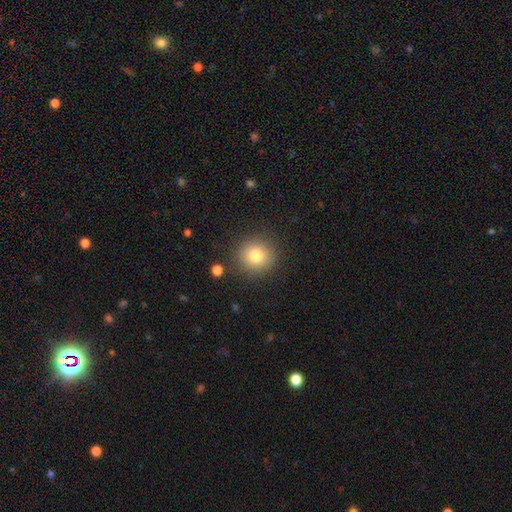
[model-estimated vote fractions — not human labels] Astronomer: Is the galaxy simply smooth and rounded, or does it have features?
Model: smooth — 79%.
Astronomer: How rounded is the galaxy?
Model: round — 91%.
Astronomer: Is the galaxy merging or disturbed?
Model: none — 87%.